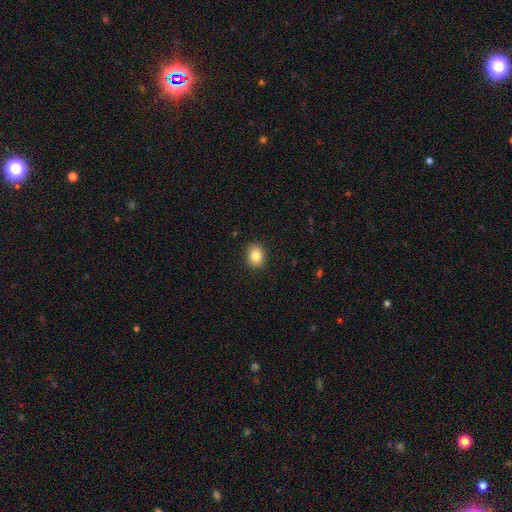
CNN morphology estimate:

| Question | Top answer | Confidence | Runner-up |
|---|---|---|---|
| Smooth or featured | smooth | 84% | star or artifact (10%) |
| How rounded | round | 55% | in between (44%) |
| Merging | none | 90% | minor disturbance (7%) |